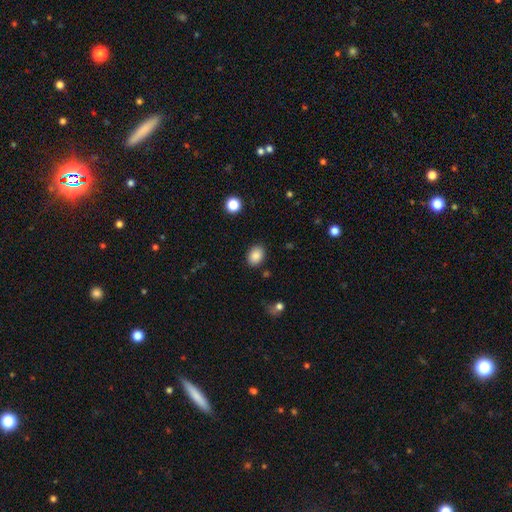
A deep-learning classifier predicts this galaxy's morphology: type=smooth (87%); roundness=in between (71%); merging=none (87%).